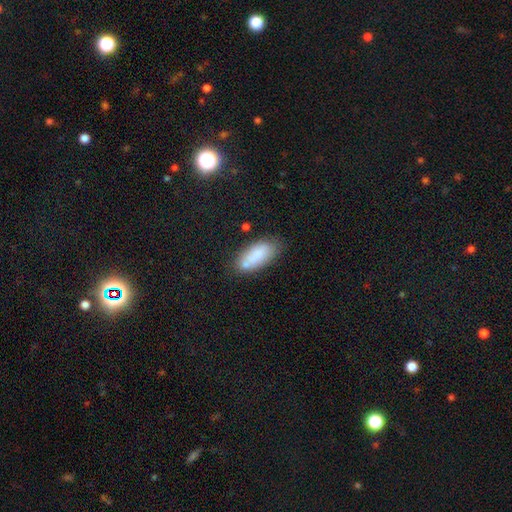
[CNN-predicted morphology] smooth 77%, featured or disk 15%, star or artifact 8%. Down the decision tree: how rounded — in between (85%); merging — none (60%).